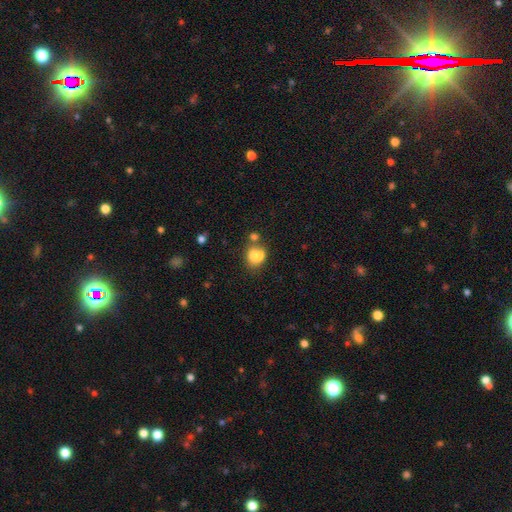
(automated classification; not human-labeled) smooth 68%, featured or disk 21%, star or artifact 11%. Down the decision tree: how rounded — round (57%); merging — merger (56%).